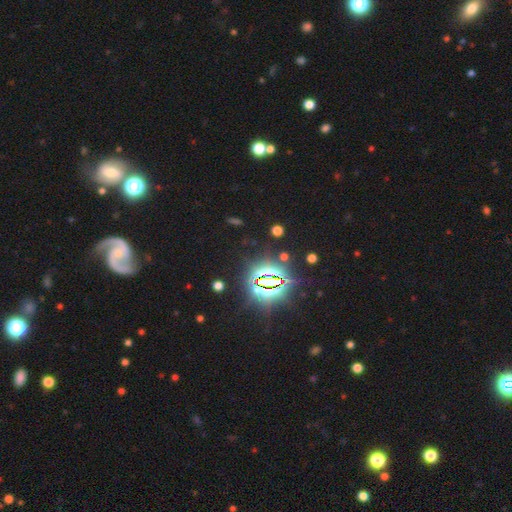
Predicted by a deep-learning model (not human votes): This appears to be a star or artifact, not a galaxy (74%).